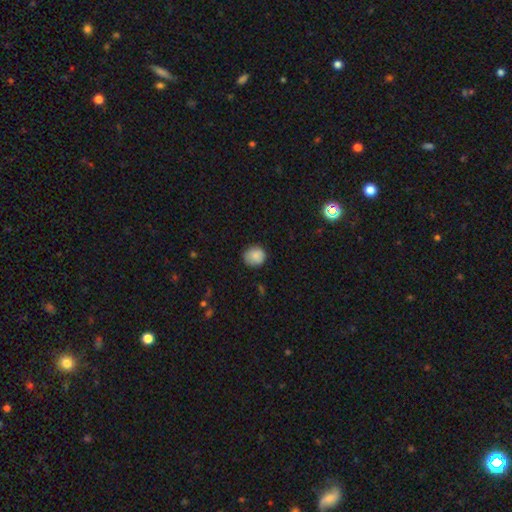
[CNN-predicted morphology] A smooth galaxy with no disk features (87%) that is round (84%). Merging: none (82%).